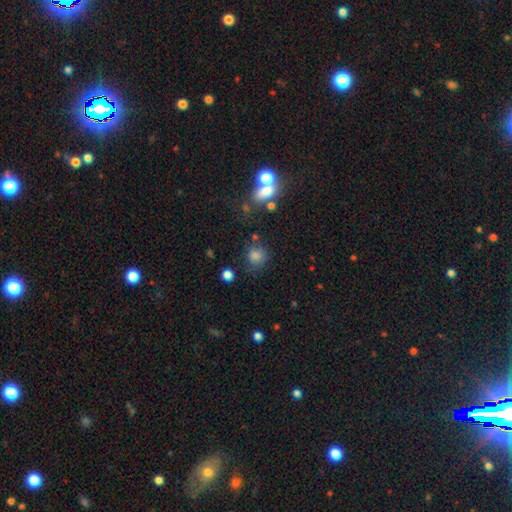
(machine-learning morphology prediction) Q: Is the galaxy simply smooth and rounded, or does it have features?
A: smooth — 79%.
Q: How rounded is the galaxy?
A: round — 81%.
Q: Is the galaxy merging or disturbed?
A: none — 68%.